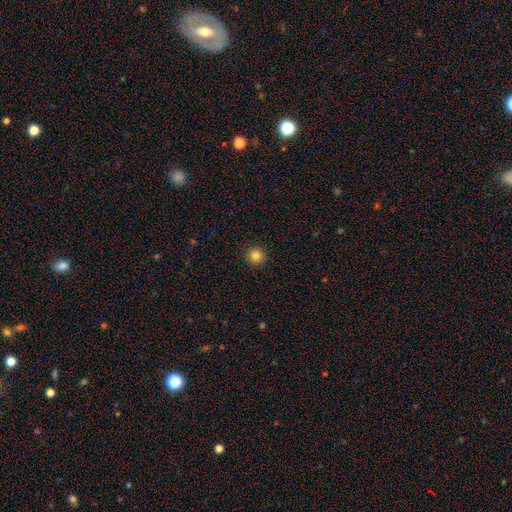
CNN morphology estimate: Smooth or featured?
  - smooth: 84% *
  - star or artifact: 12%
  - featured or disk: 5%
How rounded?
  - round: 95% *
  - in between: 4%
  - cigar-shaped: 1%
Merging?
  - none: 93% *
  - minor disturbance: 5%
  - major disturbance: 2%
  - merger: 1%